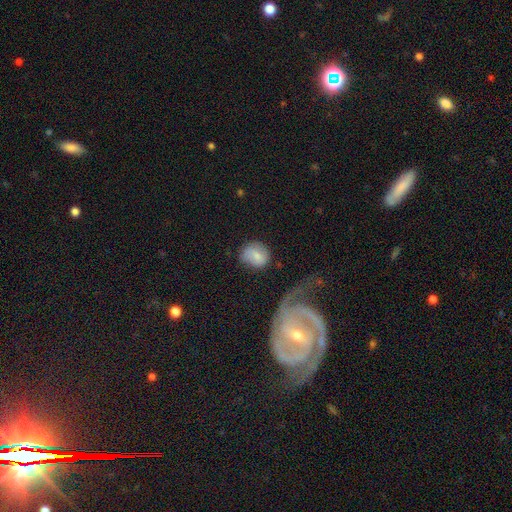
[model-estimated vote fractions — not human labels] The model was most divided on "how rounded": round: 64%, in between: 35%, cigar-shaped: 1%. More confident: smooth or featured — smooth (72%); merging — none (62%).